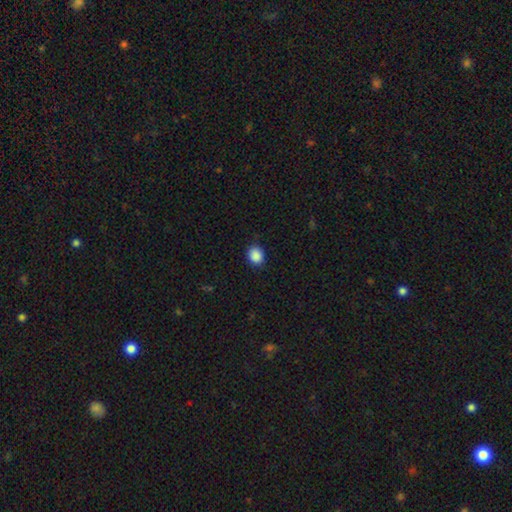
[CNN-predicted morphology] Q: Smooth or featured?
A: smooth (89%); runner-up: star or artifact (9%)
Q: How rounded?
A: round (66%); runner-up: in between (33%)
Q: Merging?
A: none (87%); runner-up: minor disturbance (10%)